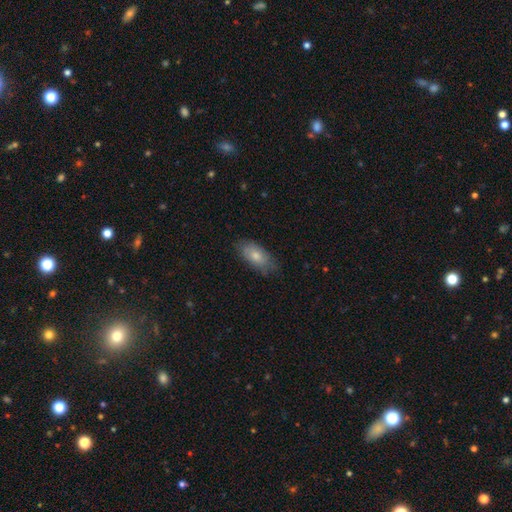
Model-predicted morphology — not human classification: type=smooth (76%); roundness=in between (90%); merging=none (71%).